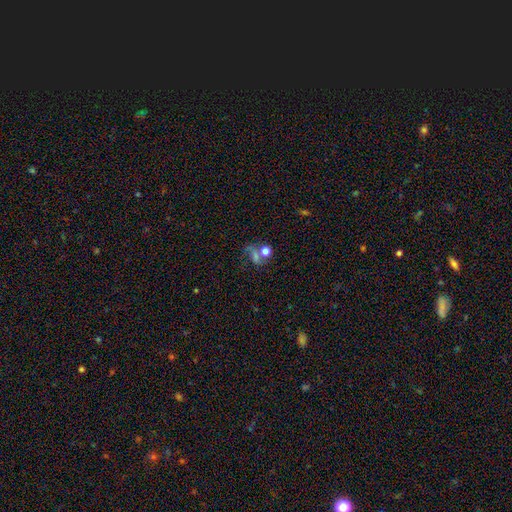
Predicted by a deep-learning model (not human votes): A star or artifact, not a galaxy (40%).